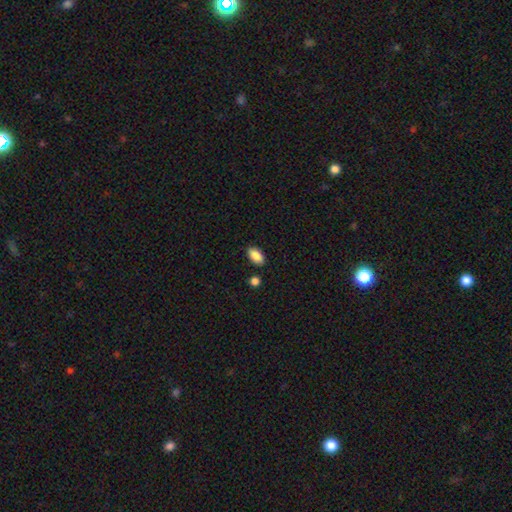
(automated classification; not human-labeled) The model was most divided on "merging": none: 83%, minor disturbance: 11%, merger: 4%, major disturbance: 2%. More confident: how rounded — in between (93%); smooth or featured — smooth (89%).